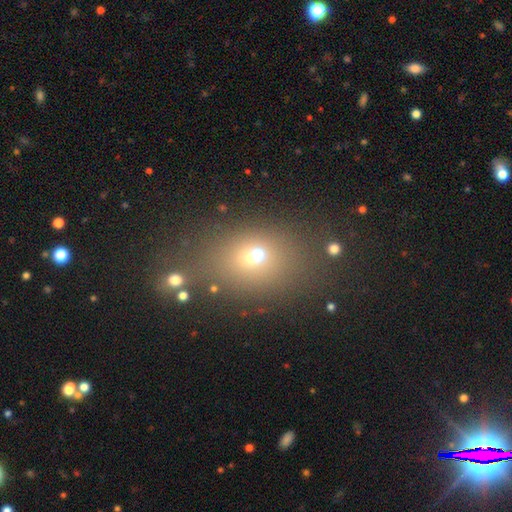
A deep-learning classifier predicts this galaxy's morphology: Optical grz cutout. It shows a smooth galaxy with no disk features (56%) that is in between round and cigar-shaped (62%). Merging: none (54%).